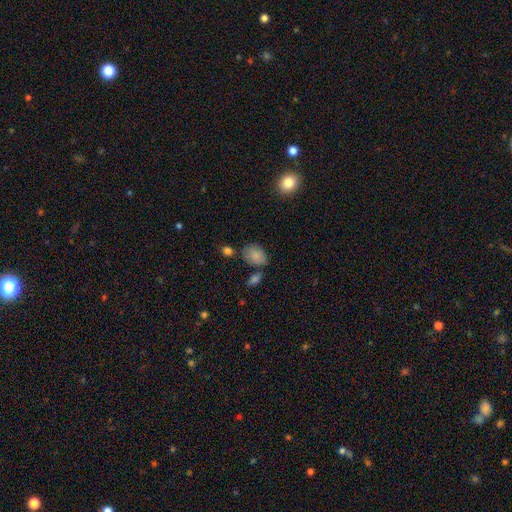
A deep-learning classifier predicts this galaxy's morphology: A smooth galaxy with no disk features (82%) that is in between round and cigar-shaped (69%). Merging: none (59%).